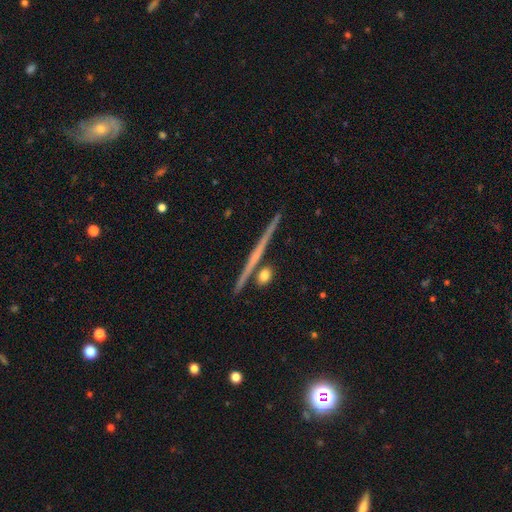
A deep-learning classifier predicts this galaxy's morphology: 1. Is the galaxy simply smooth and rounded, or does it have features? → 72% featured or disk, 19% smooth, 9% star or artifact.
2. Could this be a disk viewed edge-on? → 98% yes, 2% no.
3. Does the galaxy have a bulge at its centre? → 63% none, 29% rounded, 7% boxy.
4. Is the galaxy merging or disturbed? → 88% none, 6% minor disturbance, 4% merger, 2% major disturbance.